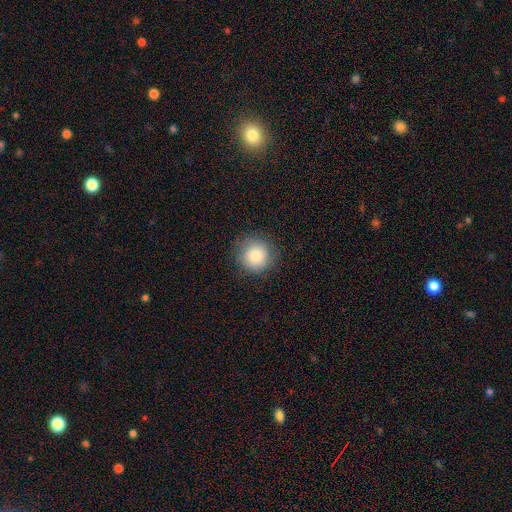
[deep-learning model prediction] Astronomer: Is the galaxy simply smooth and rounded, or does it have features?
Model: smooth — 83%.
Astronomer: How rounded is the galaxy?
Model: round — 93%.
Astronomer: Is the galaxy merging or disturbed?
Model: none — 85%.